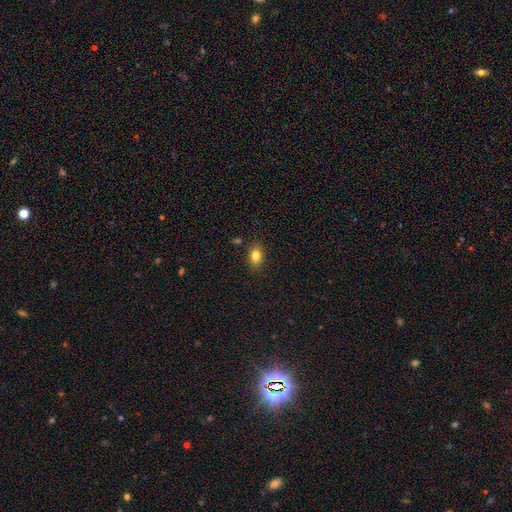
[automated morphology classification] Smooth or featured: smooth — 81% (star or artifact — 10%)
How rounded: in between — 78% (round — 20%)
Merging: none — 85% (minor disturbance — 10%)